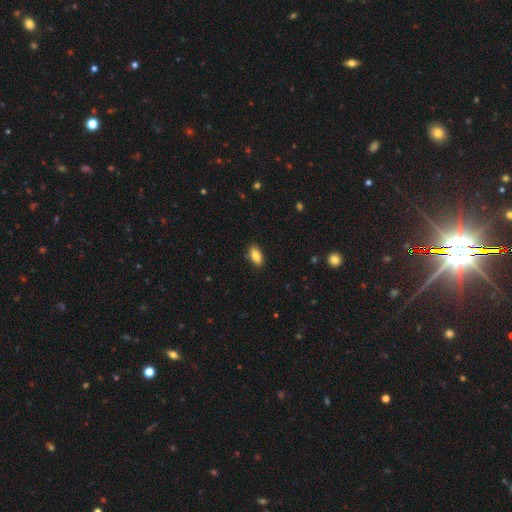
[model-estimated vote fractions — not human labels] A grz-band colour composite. It shows a smooth galaxy with no disk features (84%) that is in between round and cigar-shaped (90%). Merging: none (86%).